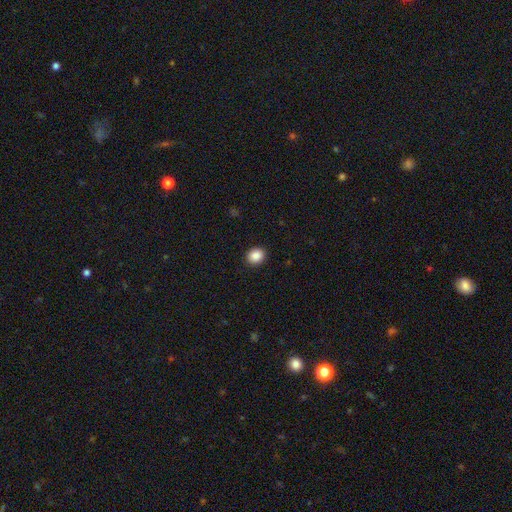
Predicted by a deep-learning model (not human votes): smooth-or-featured: smooth: 88% | star or artifact: 9% | featured or disk: 3%
  how-rounded: round: 67% | in between: 32% | cigar-shaped: 1%
  merging: none: 91% | minor disturbance: 6% | major disturbance: 2% | merger: 1%